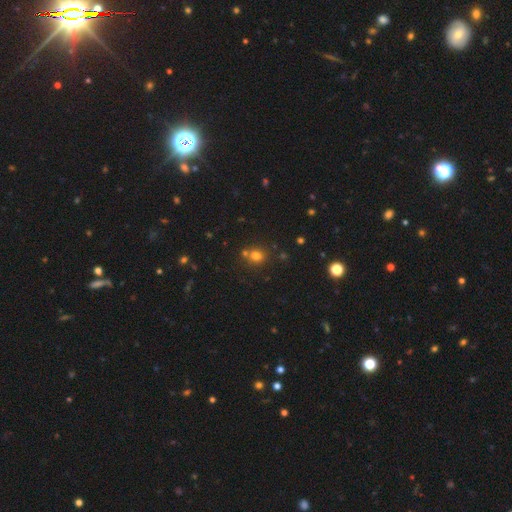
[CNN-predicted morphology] This appears to be a smooth galaxy with no disk features (73%) that is round (81%). Merging: none (67%).